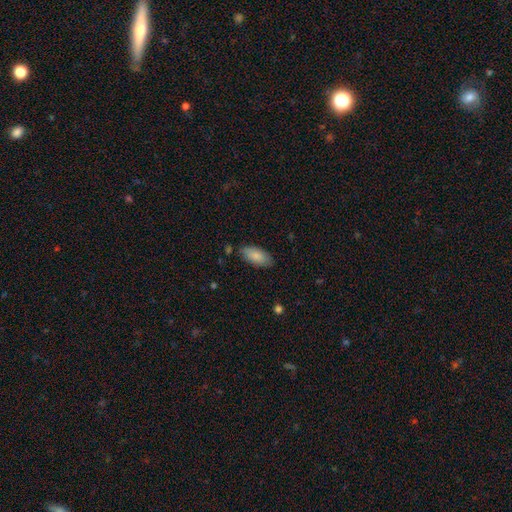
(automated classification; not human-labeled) Morphology: type=smooth (85%); roundness=in between (91%); merging=none (81%).